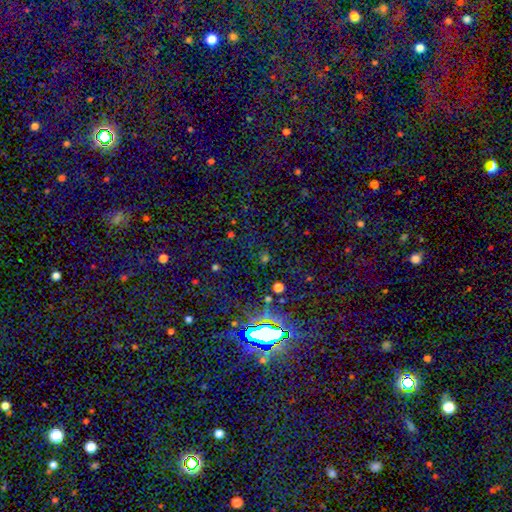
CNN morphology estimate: star or artifact 82%, smooth 11%, featured or disk 7%.